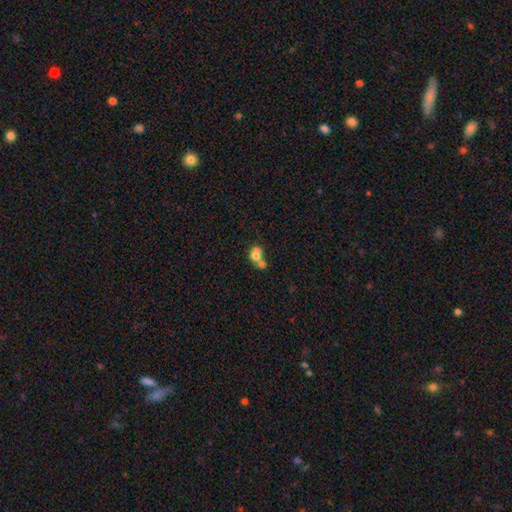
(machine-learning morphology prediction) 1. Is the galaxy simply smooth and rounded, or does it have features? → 70% smooth, 19% featured or disk, 11% star or artifact.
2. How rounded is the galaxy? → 67% round, 32% in between, 1% cigar-shaped.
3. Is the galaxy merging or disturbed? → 64% merger, 26% none, 7% minor disturbance, 4% major disturbance.